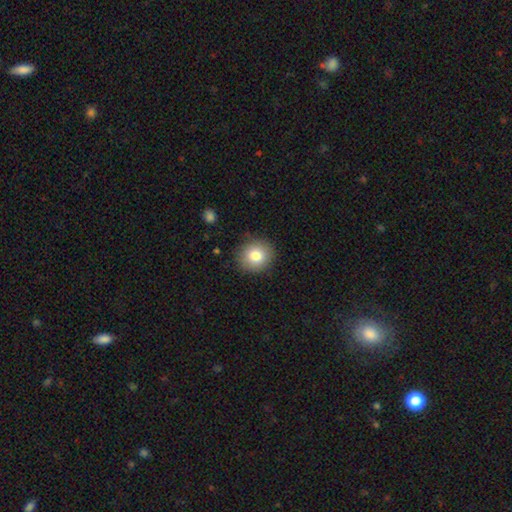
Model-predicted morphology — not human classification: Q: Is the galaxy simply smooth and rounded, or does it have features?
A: smooth — 81%.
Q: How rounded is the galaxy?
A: round — 83%.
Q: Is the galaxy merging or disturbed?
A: none — 88%.